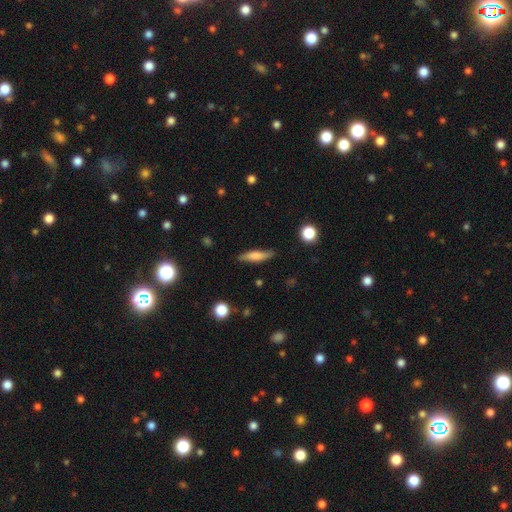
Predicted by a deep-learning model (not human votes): This appears to be a smooth galaxy with no disk features (64%) that is cigar-shaped (76%). Merging: none (80%).